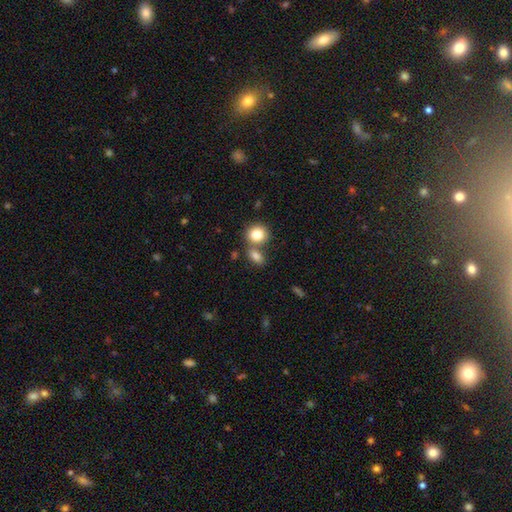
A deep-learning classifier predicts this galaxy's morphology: Overall: smooth (83%). How rounded: in between (64%; round 32%). Merging: none (52%; merger 34%).